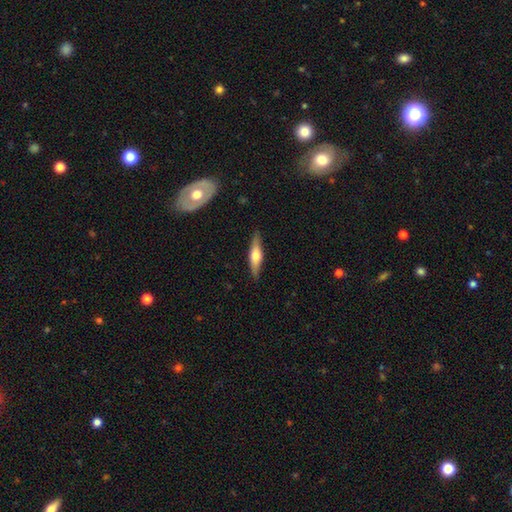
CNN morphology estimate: Smooth or featured? Predicted: featured or disk (p=0.52). Edge-on disk? Predicted: yes (p=0.93). Merging? Predicted: none (p=0.88).